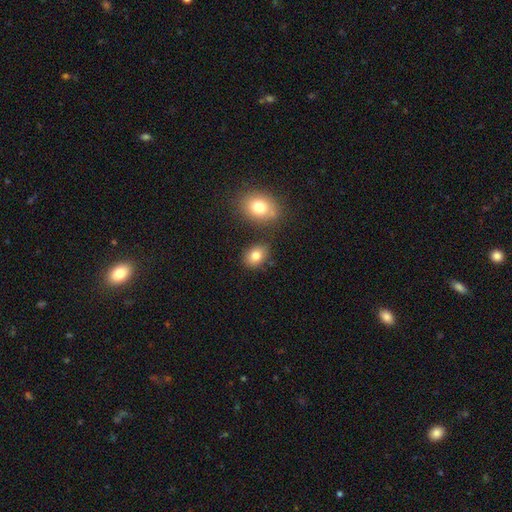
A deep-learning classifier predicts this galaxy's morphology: Q: Smooth or featured?
A: smooth (80%); runner-up: star or artifact (11%)
Q: How rounded?
A: in between (58%); runner-up: round (41%)
Q: Merging?
A: none (76%); runner-up: minor disturbance (12%)